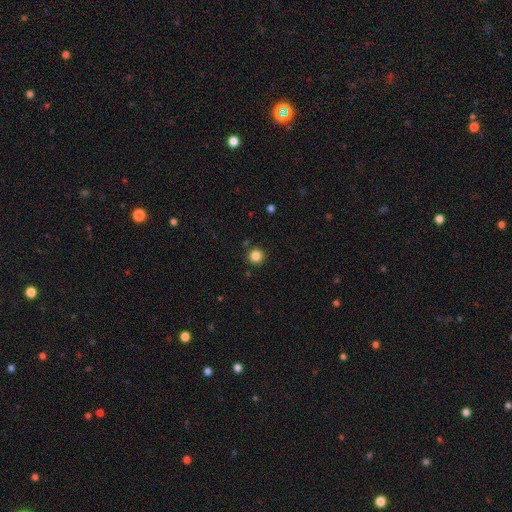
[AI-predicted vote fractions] Smooth or featured? smooth (84%)
How rounded? round (96%)
Merging? none (90%)